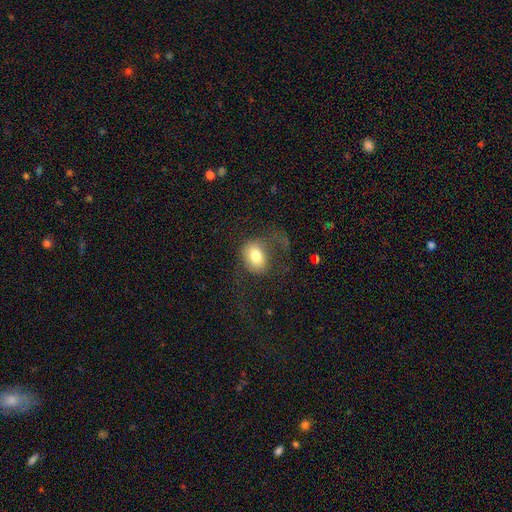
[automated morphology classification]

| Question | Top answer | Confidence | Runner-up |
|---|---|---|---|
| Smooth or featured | smooth | 74% | featured or disk (18%) |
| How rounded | in between | 68% | round (30%) |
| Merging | major disturbance | 40% | none (39%) |